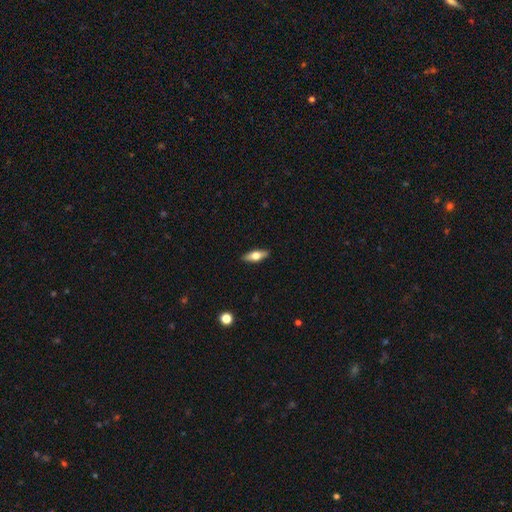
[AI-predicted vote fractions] This appears to be a smooth galaxy with no disk features (57%) that is in between round and cigar-shaped (67%). Merging: none (90%).